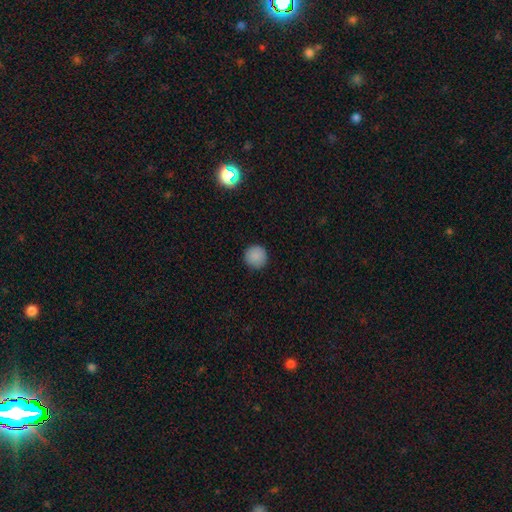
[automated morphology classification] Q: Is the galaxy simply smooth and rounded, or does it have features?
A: smooth — 87%.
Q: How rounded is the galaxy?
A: round — 96%.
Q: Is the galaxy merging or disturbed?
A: none — 91%.